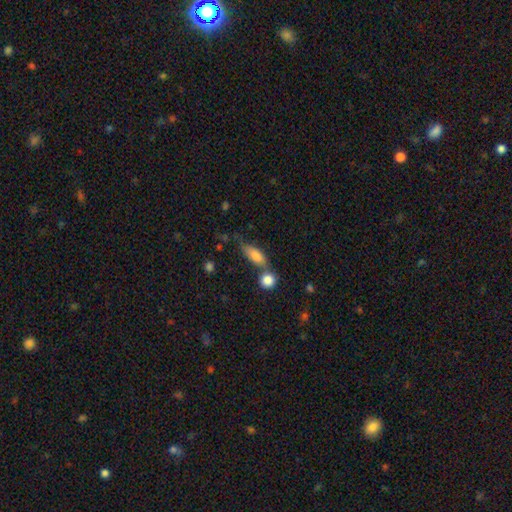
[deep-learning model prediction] Overall: smooth (80%). How rounded: in between (72%). Merging: none (49%; merger 28%).